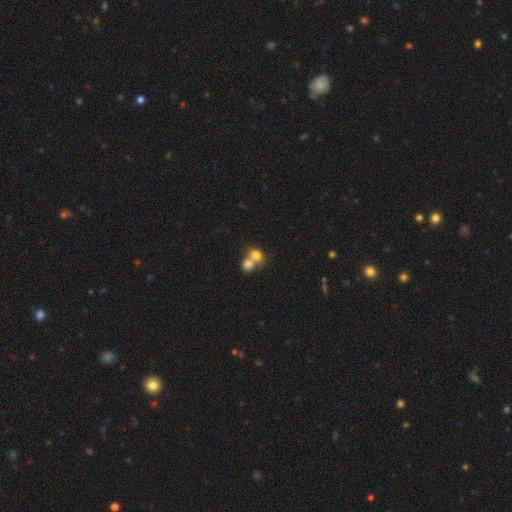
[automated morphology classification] A smooth galaxy with no disk features (76%) that is round (64%). Merging: merger (68%).